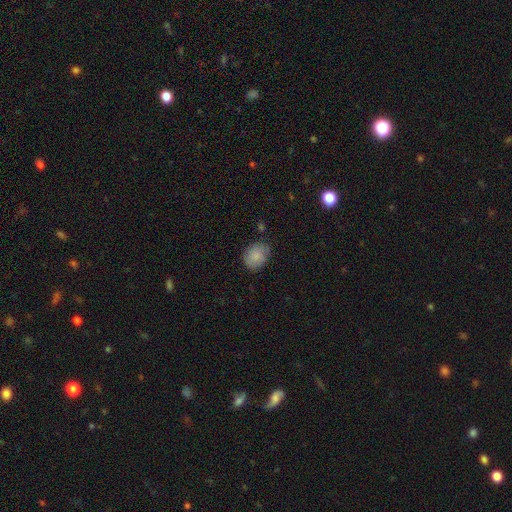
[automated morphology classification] Q: Smooth or featured?
A: smooth (81%); runner-up: featured or disk (11%)
Q: How rounded?
A: in between (52%); runner-up: round (47%)
Q: Merging?
A: none (72%); runner-up: minor disturbance (21%)